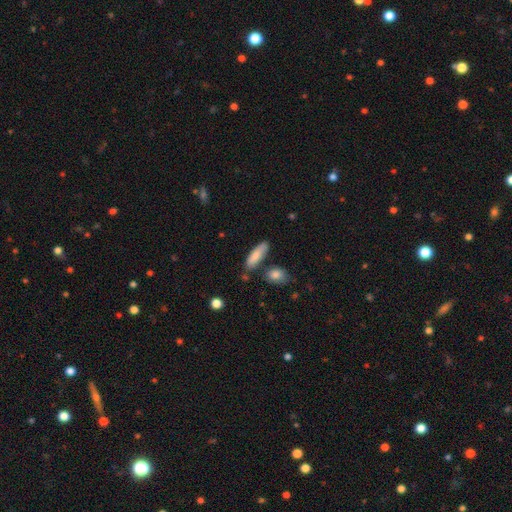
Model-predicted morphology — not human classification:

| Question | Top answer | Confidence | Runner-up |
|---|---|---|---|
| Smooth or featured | smooth | 84% | featured or disk (10%) |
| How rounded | cigar-shaped | 50% | in between (47%) |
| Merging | none | 73% | minor disturbance (16%) |